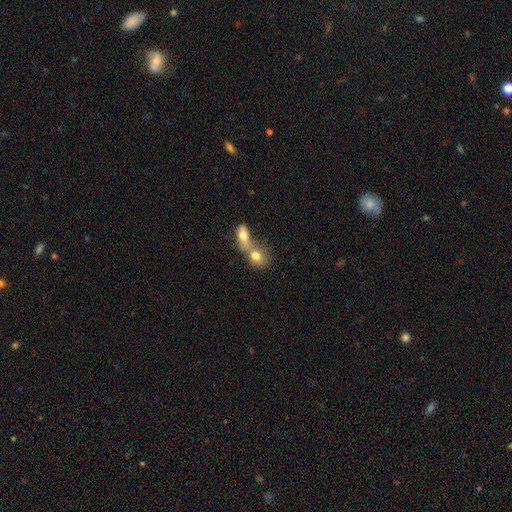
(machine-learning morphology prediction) Smooth or featured? smooth (76%)
How rounded? in between (52%)
Merging? merger (72%)